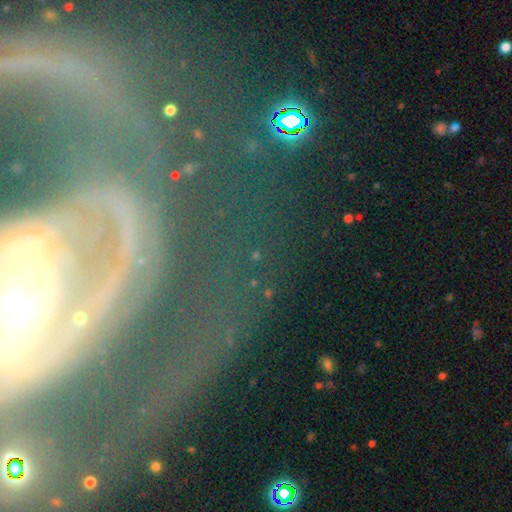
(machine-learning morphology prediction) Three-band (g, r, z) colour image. It shows a star or artifact, not a galaxy (67%).